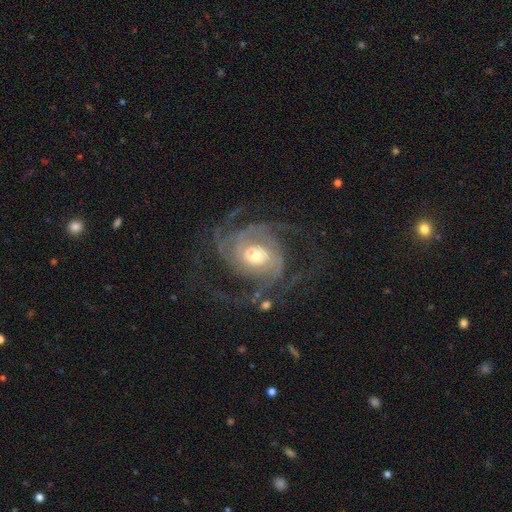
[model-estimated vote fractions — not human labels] featured or disk 90%, star or artifact 5%, smooth 5%. Down the decision tree: edge-on disk — no (98%); bar — no (52%); spiral arms — yes (97%); spiral arm count — 3 (36%); spiral winding — medium (44%); bulge size — moderate (66%); merging — none (64%).